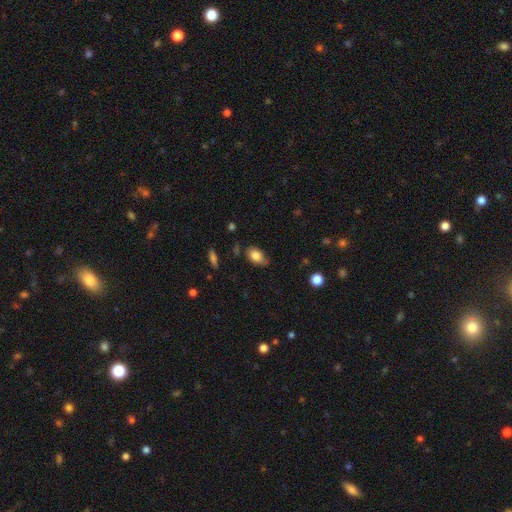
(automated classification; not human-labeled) Overall: smooth (79%). How rounded: in between (89%). Merging: none (64%; minor disturbance 27%).